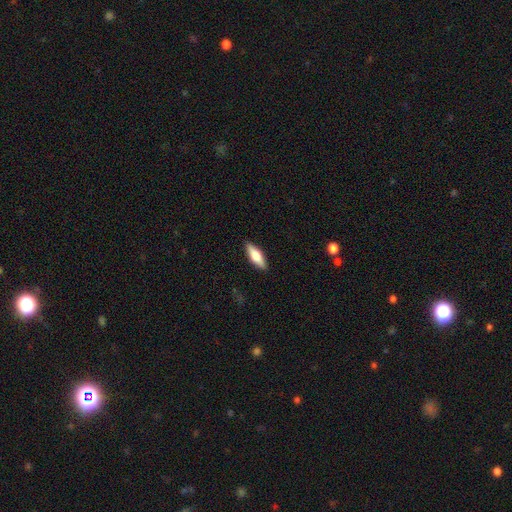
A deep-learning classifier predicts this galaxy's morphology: Smooth or featured?
  - smooth: 69% *
  - featured or disk: 25%
  - star or artifact: 6%
How rounded?
  - in between: 60% *
  - cigar-shaped: 38%
  - round: 2%
Merging?
  - none: 89% *
  - minor disturbance: 8%
  - major disturbance: 2%
  - merger: 1%